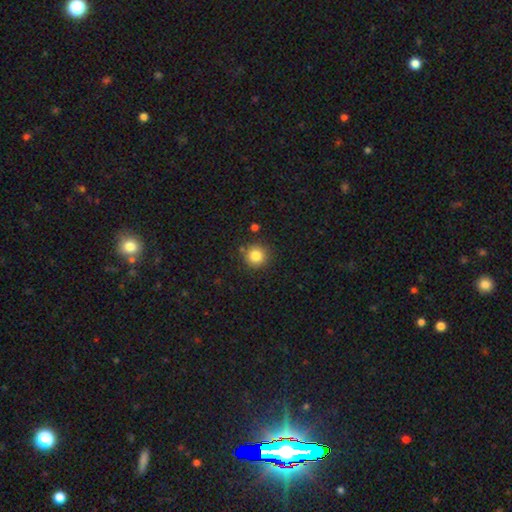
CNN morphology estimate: Smooth or featured: smooth — 84% (star or artifact — 11%)
How rounded: round — 94% (in between — 5%)
Merging: none — 87% (minor disturbance — 8%)